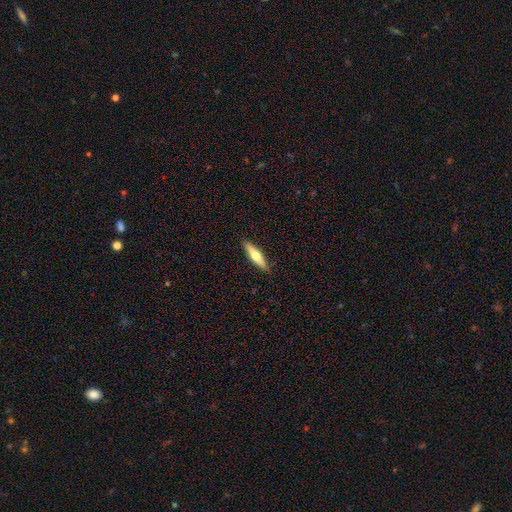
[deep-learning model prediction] Smooth or featured?
  - smooth: 51% *
  - featured or disk: 44%
  - star or artifact: 6%
How rounded?
  - cigar-shaped: 77% *
  - in between: 21%
  - round: 2%
Merging?
  - none: 90% *
  - minor disturbance: 8%
  - major disturbance: 2%
  - merger: 1%